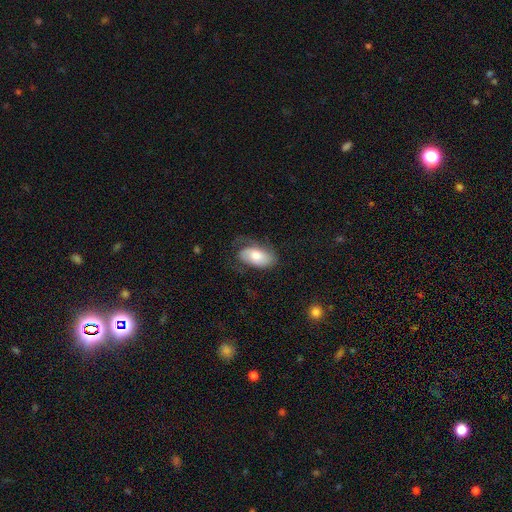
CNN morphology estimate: Q: Smooth or featured?
A: smooth (58%); runner-up: featured or disk (36%)
Q: How rounded?
A: in between (93%); runner-up: round (4%)
Q: Merging?
A: none (50%); runner-up: minor disturbance (26%)